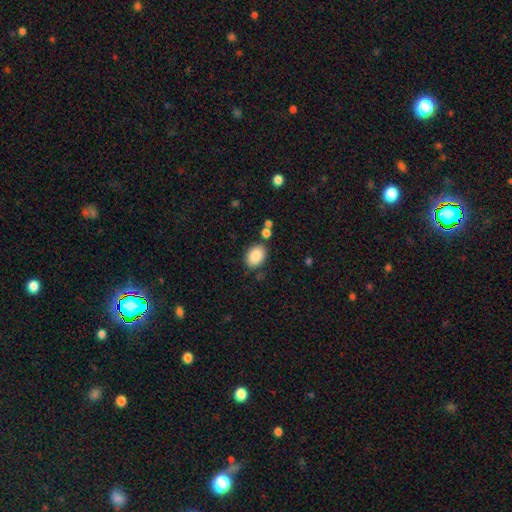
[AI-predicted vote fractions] A smooth galaxy with no disk features (87%) that is in between round and cigar-shaped (77%). Merging: none (77%).